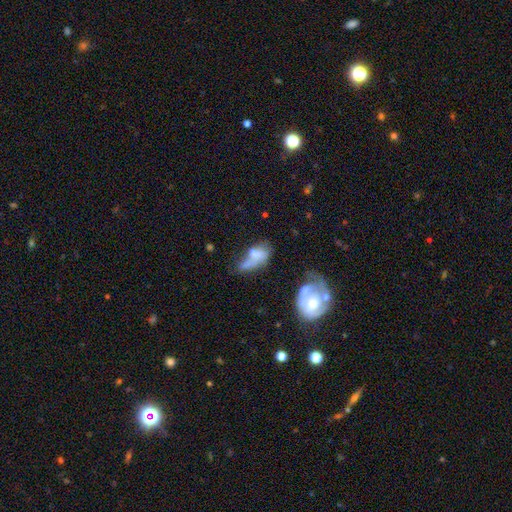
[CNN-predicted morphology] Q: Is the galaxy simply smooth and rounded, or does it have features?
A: smooth — 55%.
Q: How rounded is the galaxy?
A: in between — 83%.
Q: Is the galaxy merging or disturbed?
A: merger — 35%.